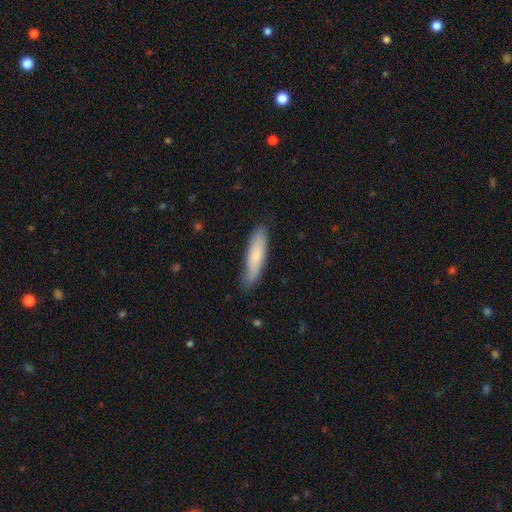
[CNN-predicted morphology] smooth-or-featured: smooth: 73% | featured or disk: 21% | star or artifact: 6%
  how-rounded: cigar-shaped: 74% | in between: 25% | round: 1%
  merging: none: 75% | minor disturbance: 21% | major disturbance: 3% | merger: 1%